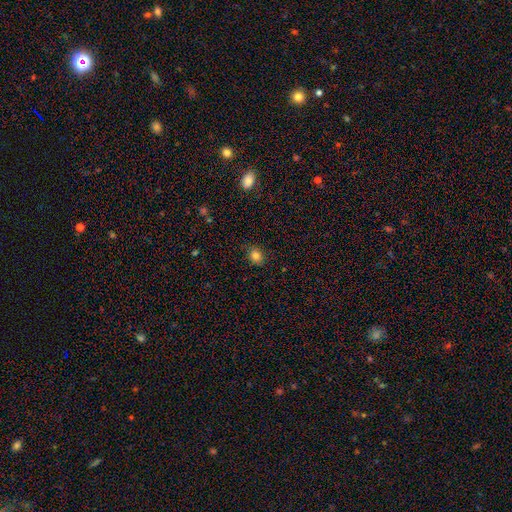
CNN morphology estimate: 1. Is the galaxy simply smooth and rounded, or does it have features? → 81% smooth, 12% star or artifact, 7% featured or disk.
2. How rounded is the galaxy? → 60% round, 39% in between, 1% cigar-shaped.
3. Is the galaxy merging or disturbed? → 83% none, 13% minor disturbance, 3% major disturbance, 1% merger.